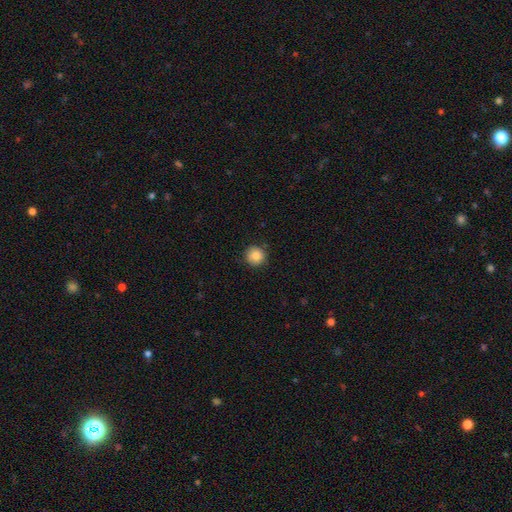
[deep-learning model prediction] smooth_or_featured: smooth (p=0.86) [alt: star or artifact p=0.09]
how_rounded: round (p=0.95) [alt: in between p=0.05]
merging: none (p=0.89) [alt: minor disturbance p=0.08]